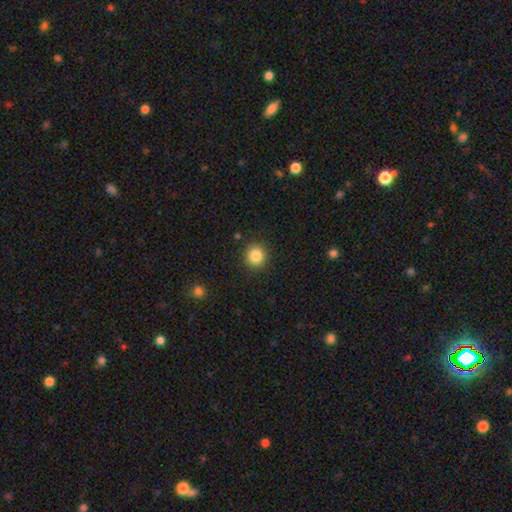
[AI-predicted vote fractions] This appears to be a smooth galaxy with no disk features (85%) that is round (92%). Merging: none (90%).